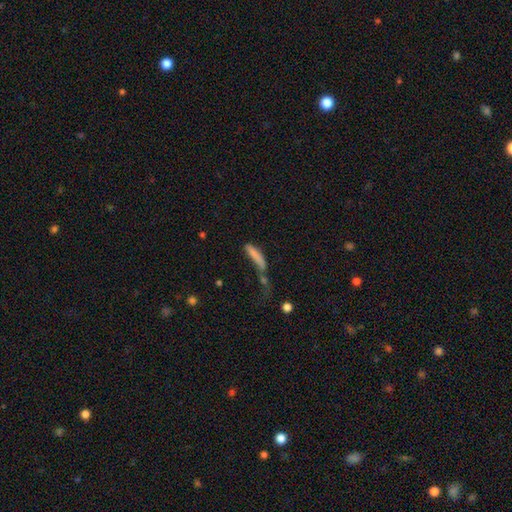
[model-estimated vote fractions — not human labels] A smooth galaxy with no disk features (75%) that is cigar-shaped (78%). Merging: none (32%, tied with merger).